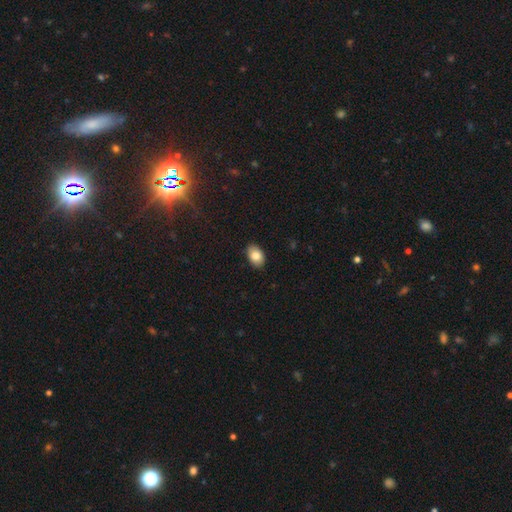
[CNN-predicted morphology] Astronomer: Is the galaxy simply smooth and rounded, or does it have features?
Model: smooth — 84%.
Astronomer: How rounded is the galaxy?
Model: in between — 87%.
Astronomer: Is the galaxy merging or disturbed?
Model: none — 88%.